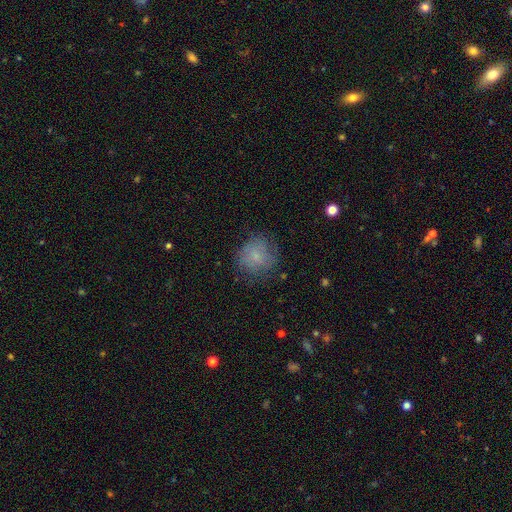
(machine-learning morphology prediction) smooth-or-featured: smooth: 70% | featured or disk: 19% | star or artifact: 11%
  how-rounded: round: 83% | in between: 16% | cigar-shaped: 1%
  merging: none: 69% | minor disturbance: 20% | major disturbance: 10% | merger: 1%